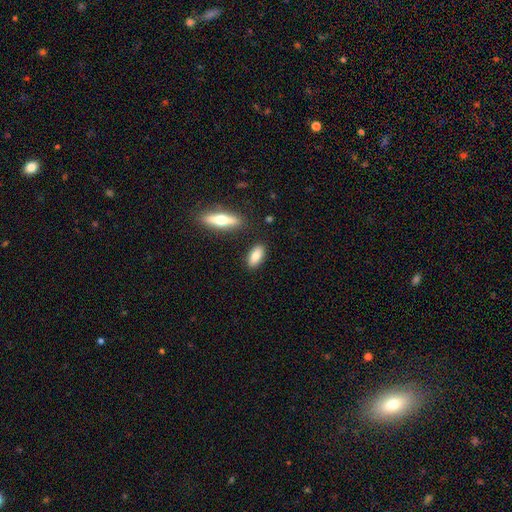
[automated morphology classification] A smooth galaxy with no disk features (81%) that is in between round and cigar-shaped (82%). Merging: none (84%).